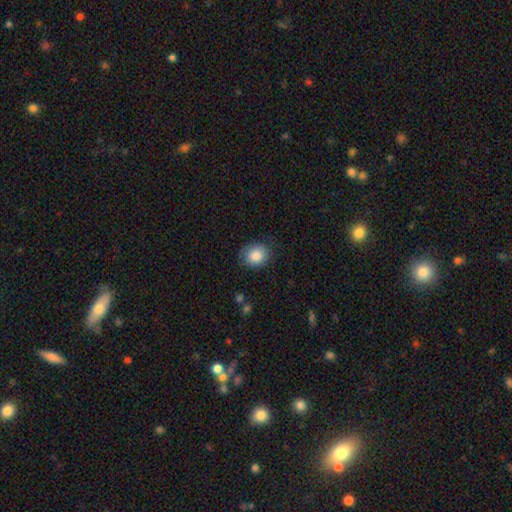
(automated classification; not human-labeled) Smooth or featured?
  - smooth: 86% *
  - star or artifact: 8%
  - featured or disk: 7%
How rounded?
  - round: 58% *
  - in between: 41%
  - cigar-shaped: 1%
Merging?
  - none: 79% *
  - minor disturbance: 16%
  - major disturbance: 4%
  - merger: 1%